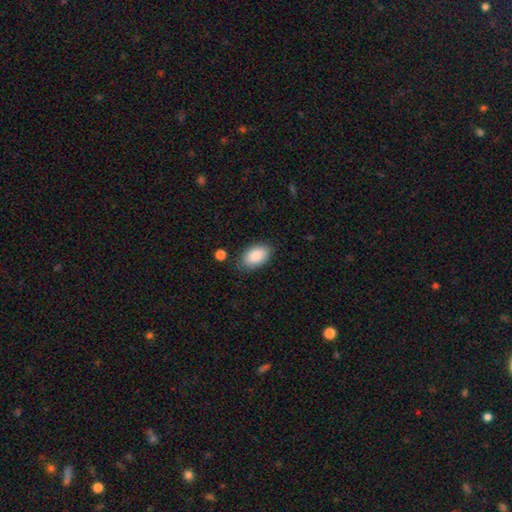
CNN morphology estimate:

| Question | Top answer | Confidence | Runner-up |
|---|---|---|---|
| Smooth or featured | smooth | 88% | star or artifact (6%) |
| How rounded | in between | 94% | round (5%) |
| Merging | none | 81% | minor disturbance (13%) |